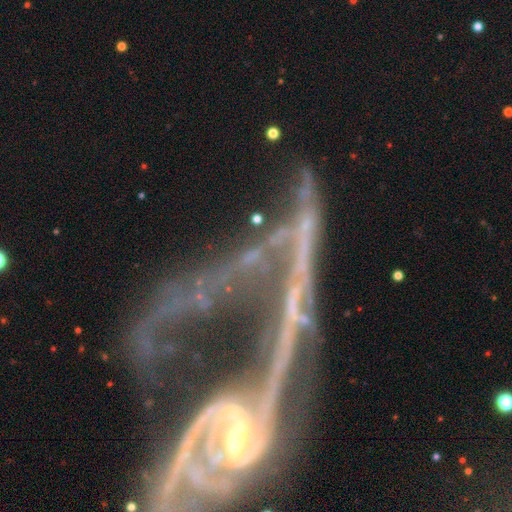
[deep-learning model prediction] This appears to be a featured or disk galaxy (81%) with no bar (36%), 2 (53%) loose (55%) spiral arms (83%) and a small central bulge (56%). Merging: major disturbance (44%).